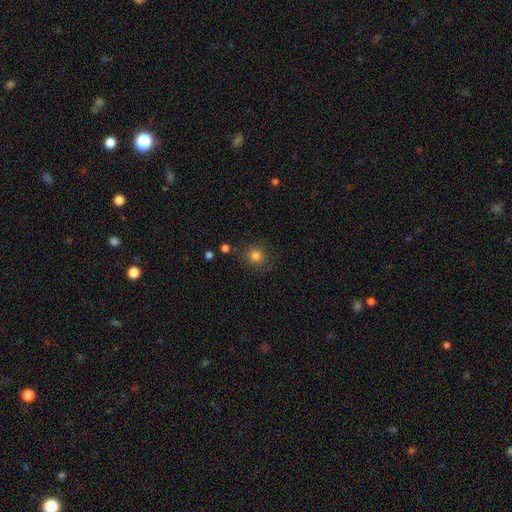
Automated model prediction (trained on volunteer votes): Q: Smooth or featured?
A: smooth (81%); runner-up: star or artifact (13%)
Q: How rounded?
A: round (90%); runner-up: in between (9%)
Q: Merging?
A: none (84%); runner-up: minor disturbance (10%)